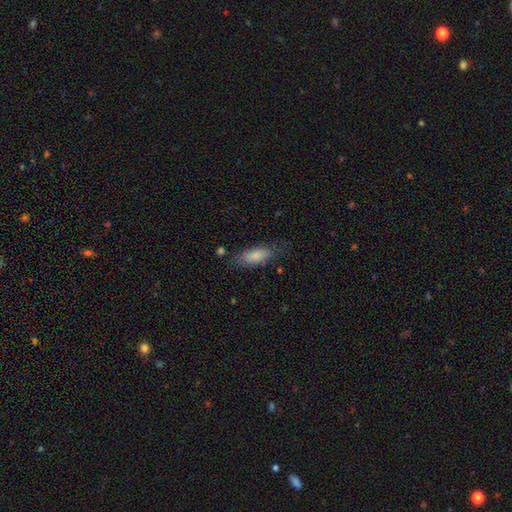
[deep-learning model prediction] Smooth or featured?
  - smooth: 81% *
  - featured or disk: 13%
  - star or artifact: 6%
How rounded?
  - in between: 79% *
  - cigar-shaped: 19%
  - round: 2%
Merging?
  - none: 66% *
  - minor disturbance: 23%
  - major disturbance: 8%
  - merger: 2%